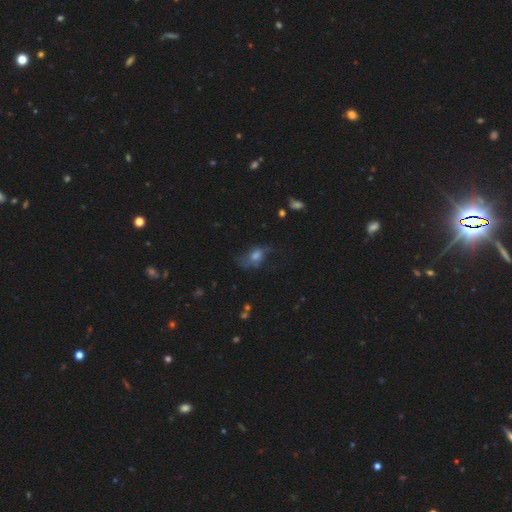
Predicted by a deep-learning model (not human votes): This appears to be a smooth galaxy with no disk features (44%). Merging: none (41%).